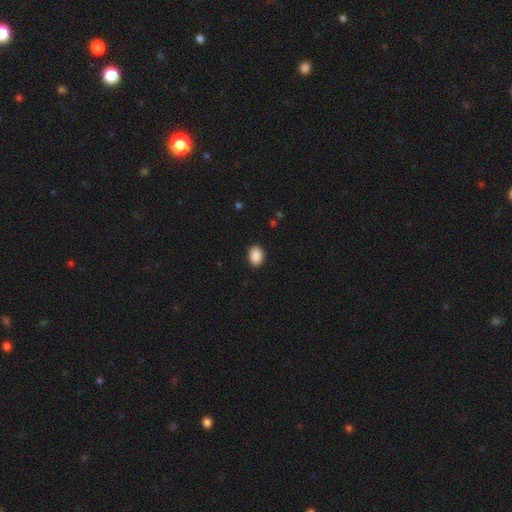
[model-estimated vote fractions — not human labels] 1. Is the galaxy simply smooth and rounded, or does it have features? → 90% smooth, 8% star or artifact, 2% featured or disk.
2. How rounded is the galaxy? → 78% in between, 21% round, 1% cigar-shaped.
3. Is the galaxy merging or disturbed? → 89% none, 8% minor disturbance, 2% major disturbance, 1% merger.